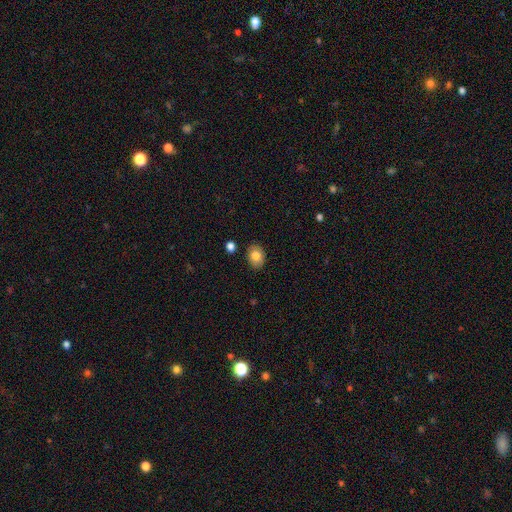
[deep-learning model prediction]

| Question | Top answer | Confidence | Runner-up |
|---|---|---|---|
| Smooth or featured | smooth | 79% | featured or disk (13%) |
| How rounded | in between | 68% | round (31%) |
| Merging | none | 86% | minor disturbance (10%) |